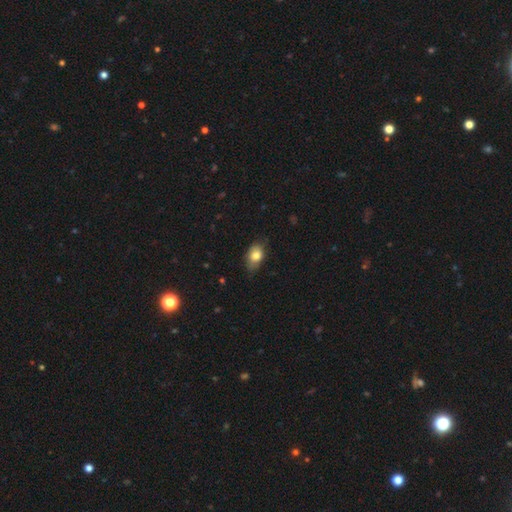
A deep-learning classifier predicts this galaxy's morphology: type=smooth (79%); roundness=in between (83%); merging=none (71%).